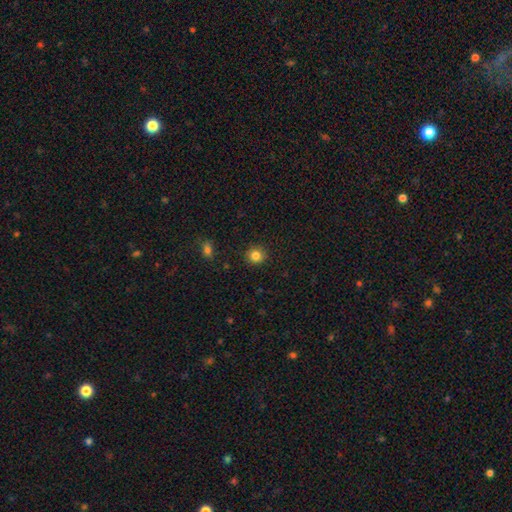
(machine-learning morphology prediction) Q: Smooth or featured?
A: smooth (83%); runner-up: star or artifact (11%)
Q: How rounded?
A: round (90%); runner-up: in between (9%)
Q: Merging?
A: none (91%); runner-up: minor disturbance (6%)